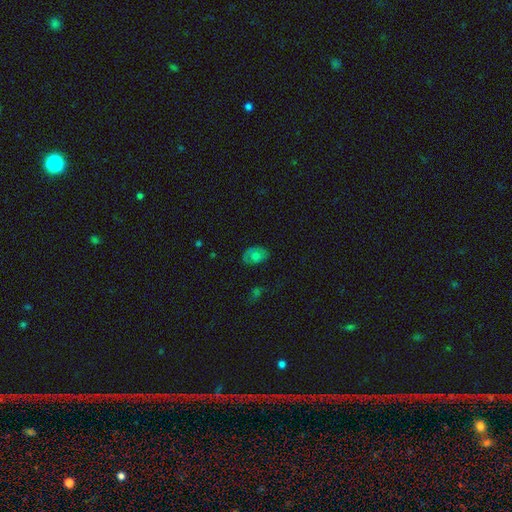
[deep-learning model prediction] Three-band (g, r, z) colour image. It shows a smooth galaxy with no disk features (64%) that is in between round and cigar-shaped (78%). Merging: none (64%).